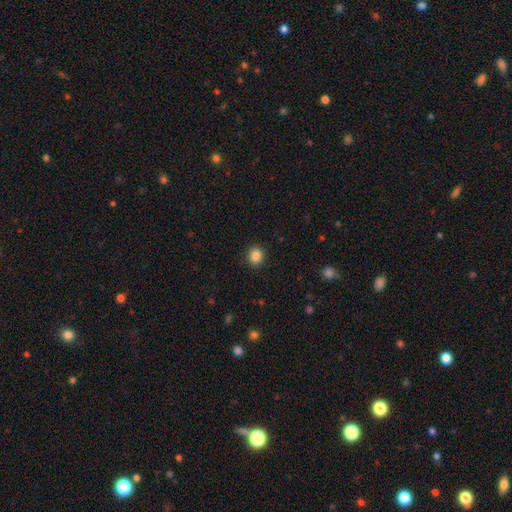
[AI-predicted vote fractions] A smooth galaxy with no disk features (86%) that is round (81%). Merging: none (91%).